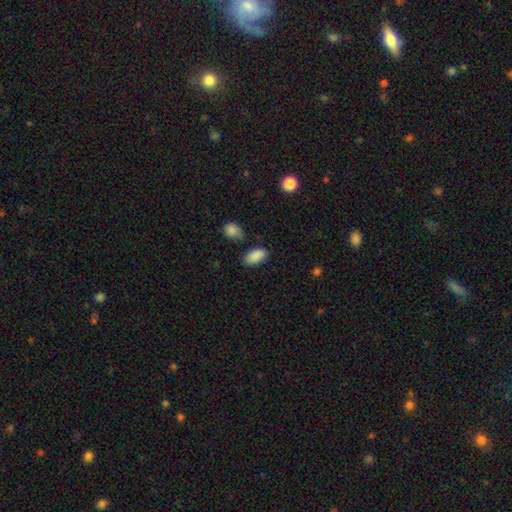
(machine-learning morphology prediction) Smooth or featured? smooth (88%)
How rounded? in between (94%)
Merging? none (78%)